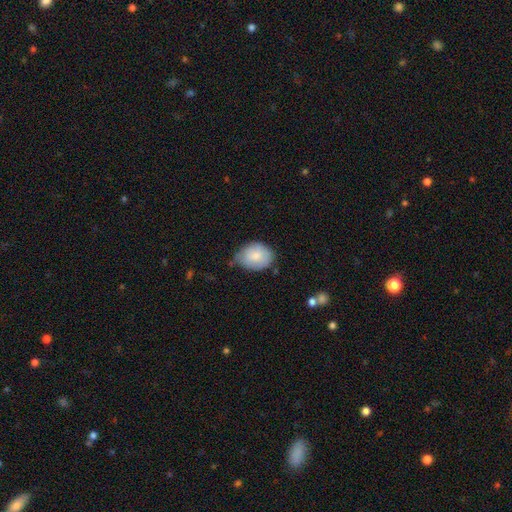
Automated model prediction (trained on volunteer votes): smooth-or-featured: smooth: 78% | featured or disk: 15% | star or artifact: 6%
  how-rounded: in between: 63% | round: 36% | cigar-shaped: 1%
  merging: none: 55% | minor disturbance: 35% | major disturbance: 7% | merger: 3%